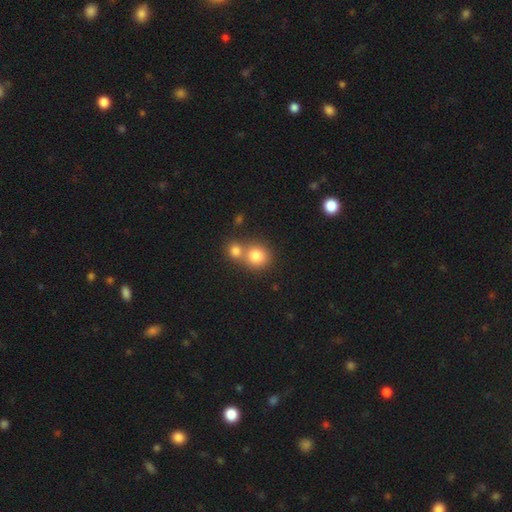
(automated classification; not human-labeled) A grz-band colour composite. It shows a smooth galaxy with no disk features (80%) that is round (85%). Merging: merger (47%).